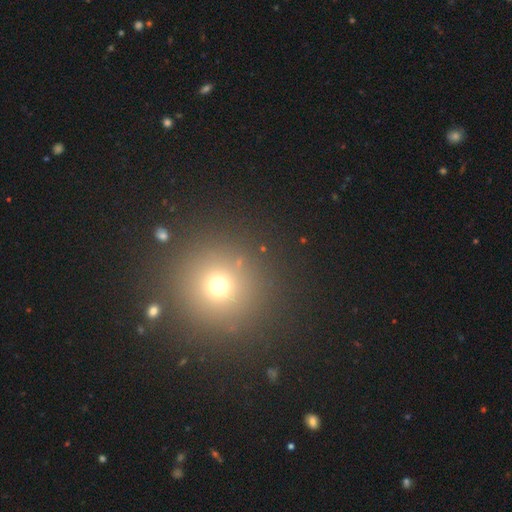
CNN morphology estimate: A smooth galaxy with no disk features (60%) that is round (94%). Merging: none (91%).